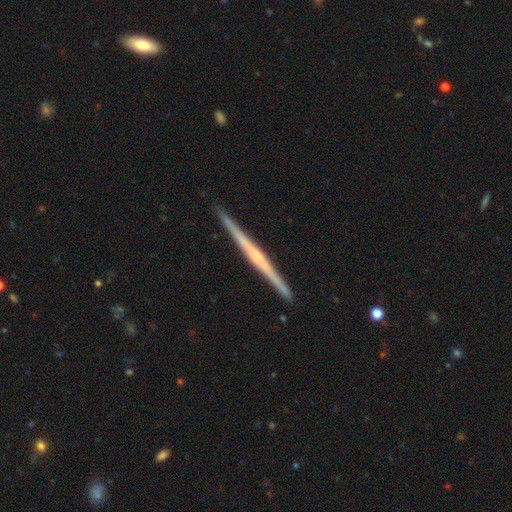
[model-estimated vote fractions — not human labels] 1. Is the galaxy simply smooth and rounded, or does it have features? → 79% featured or disk, 16% smooth, 5% star or artifact.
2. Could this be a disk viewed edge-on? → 98% yes, 2% no.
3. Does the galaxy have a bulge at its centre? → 49% rounded, 40% none, 11% boxy.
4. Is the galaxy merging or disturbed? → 91% none, 6% minor disturbance, 1% major disturbance, 1% merger.